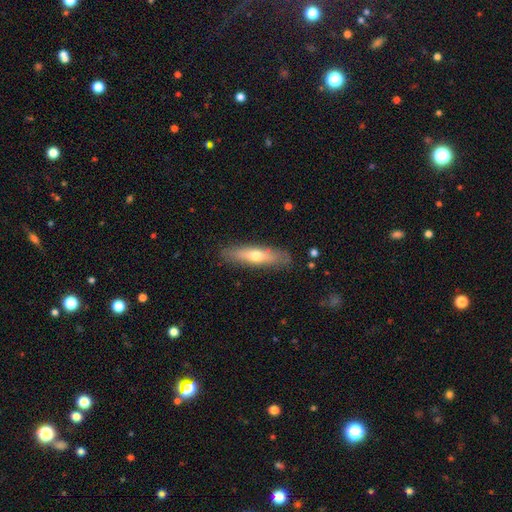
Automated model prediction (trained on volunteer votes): Overall: smooth (55%; featured or disk 39%). How rounded: cigar-shaped (77%). Merging: none (86%).